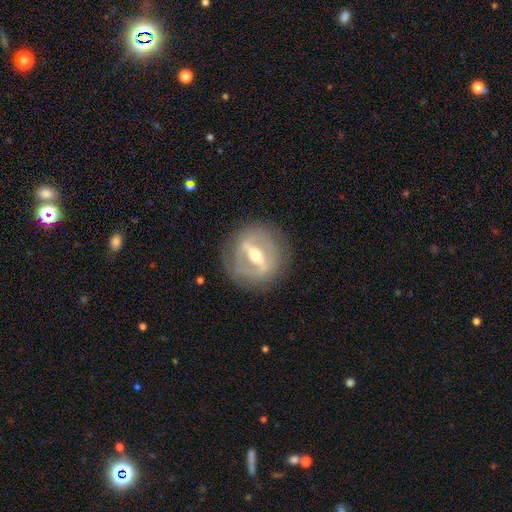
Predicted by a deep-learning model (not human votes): Overall: featured or disk (81%). Edge-on disk: no (81%). Bar: strong (77%). Spiral arms: no (56%; yes 44%). Bulge size: moderate (70%). Merging: none (84%).